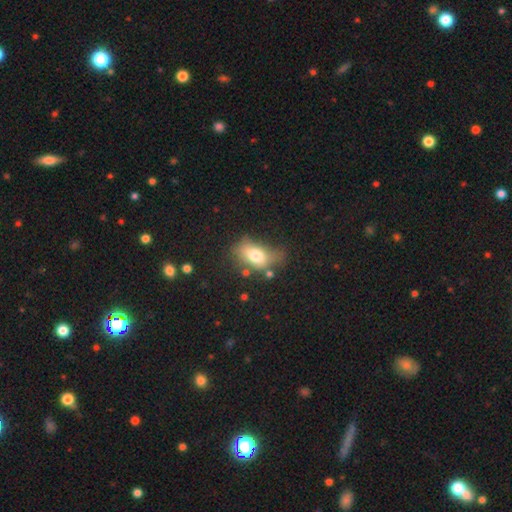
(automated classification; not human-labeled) Smooth or featured: smooth — 70% (featured or disk — 21%)
How rounded: in between — 85% (round — 11%)
Merging: none — 38% (minor disturbance — 31%)